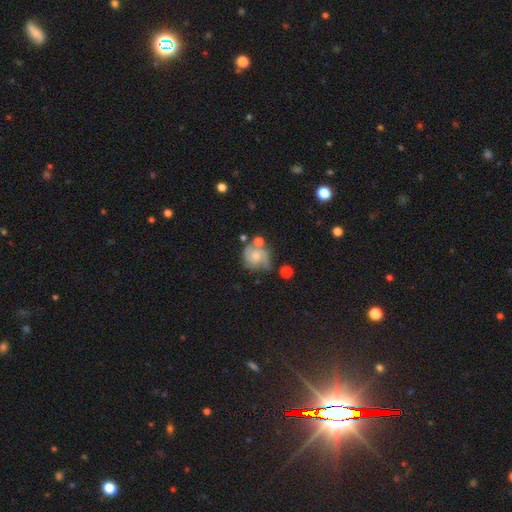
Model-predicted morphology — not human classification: Q: Smooth or featured?
A: featured or disk (67%); runner-up: smooth (26%)
Q: Edge-on disk?
A: no (98%); runner-up: yes (2%)
Q: Bar?
A: no (75%); runner-up: weak (22%)
Q: Spiral arms?
A: yes (91%); runner-up: no (9%)
Q: Spiral winding?
A: tight (46%); runner-up: medium (40%)
Q: Spiral arm count?
A: 2 (39%); runner-up: 3 (30%)
Q: Bulge size?
A: small (46%); runner-up: moderate (37%)
Q: Merging?
A: none (54%); runner-up: minor disturbance (23%)